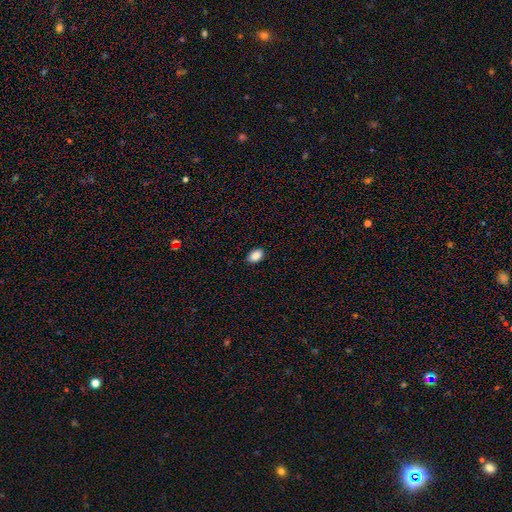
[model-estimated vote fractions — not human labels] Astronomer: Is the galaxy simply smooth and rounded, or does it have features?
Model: smooth — 88%.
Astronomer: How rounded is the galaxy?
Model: in between — 88%.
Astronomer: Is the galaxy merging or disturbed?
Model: none — 88%.